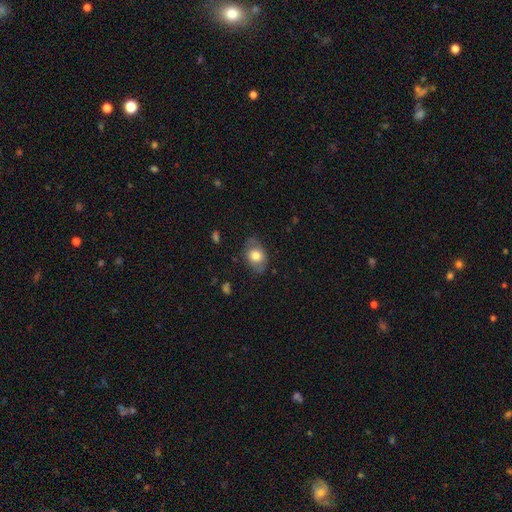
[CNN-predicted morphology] A smooth galaxy with no disk features (69%) that is in between round and cigar-shaped (74%).

Vote fractions:
- Smooth or featured? smooth: 69% / featured or disk: 23% / star or artifact: 8%
- How rounded? in between: 74% / round: 25% / cigar-shaped: 1%
- Merging? none: 73% / minor disturbance: 20% / major disturbance: 6% / merger: 1%